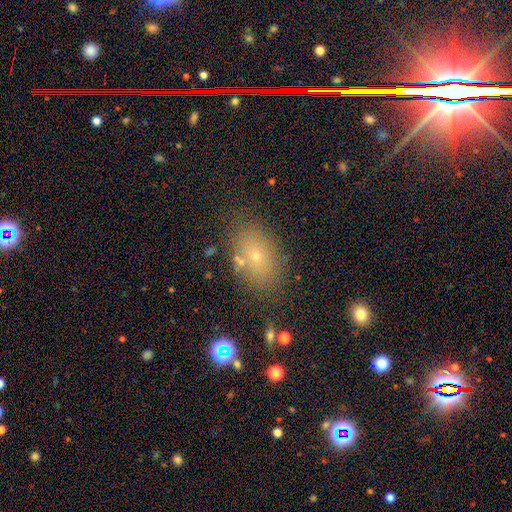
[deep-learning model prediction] A smooth galaxy with no disk features (65%) that is in between round and cigar-shaped (83%). Merging: none (77%).